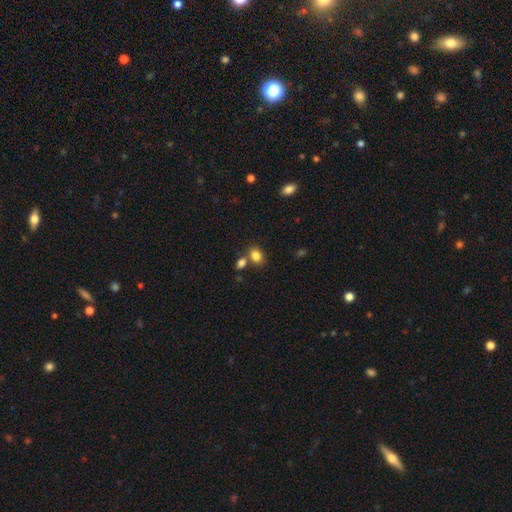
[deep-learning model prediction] Smooth or featured? Predicted: smooth (p=0.83). How rounded? Predicted: in between (p=0.68). Merging? Predicted: none (p=0.58).